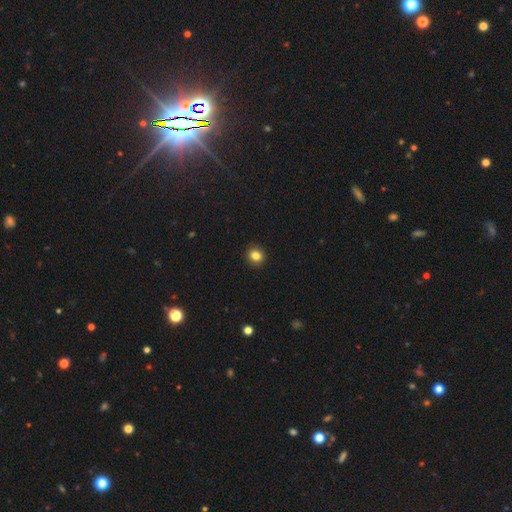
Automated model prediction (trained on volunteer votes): smooth_or_featured: smooth (p=0.84) [alt: star or artifact p=0.11]
how_rounded: round (p=0.83) [alt: in between p=0.16]
merging: none (p=0.92) [alt: minor disturbance p=0.06]